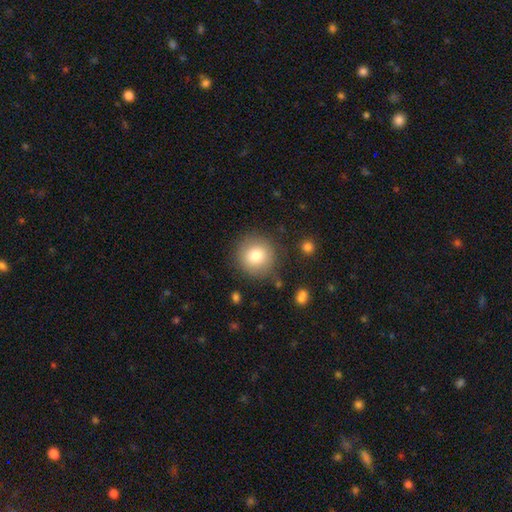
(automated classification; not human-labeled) Overall: smooth (78%). How rounded: round (94%). Merging: none (85%).